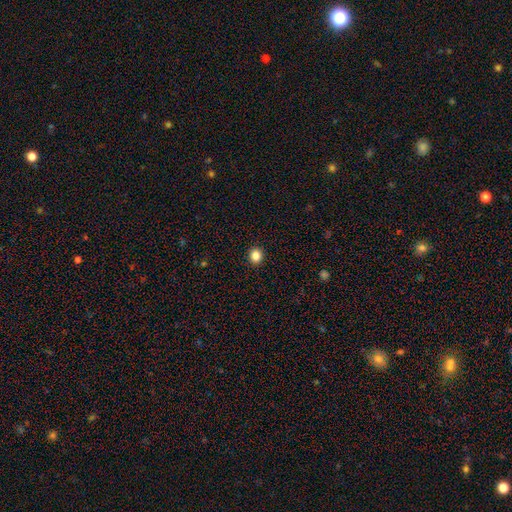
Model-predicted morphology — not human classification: A smooth galaxy with no disk features (85%) that is round (83%).

Vote fractions:
- Smooth or featured? smooth: 85% / star or artifact: 11% / featured or disk: 4%
- How rounded? round: 83% / in between: 17% / cigar-shaped: 1%
- Merging? none: 93% / minor disturbance: 5% / major disturbance: 2% / merger: 1%